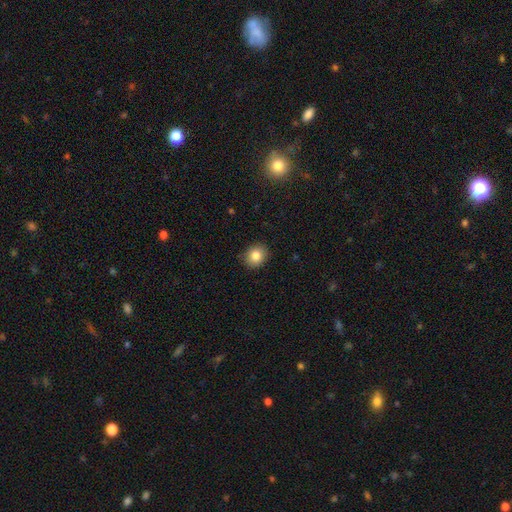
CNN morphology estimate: type=smooth (83%); roundness=round (66%); merging=none (88%).